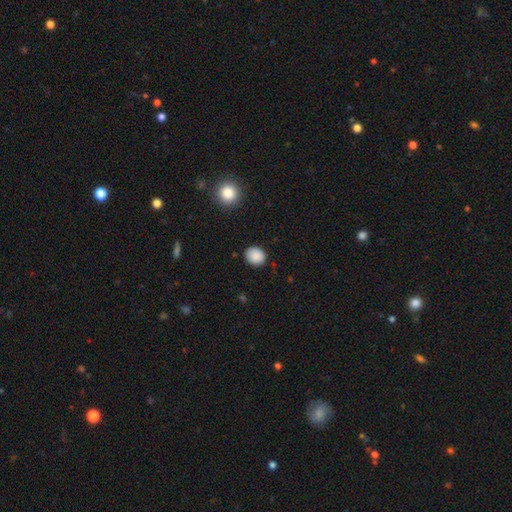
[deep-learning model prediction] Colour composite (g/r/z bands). It shows a smooth galaxy with no disk features (88%) that is round (73%). Merging: none (86%).